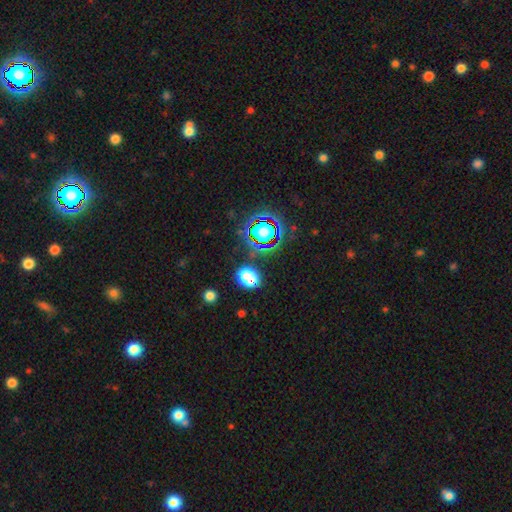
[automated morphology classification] star or artifact 76%, smooth 15%, featured or disk 9%.